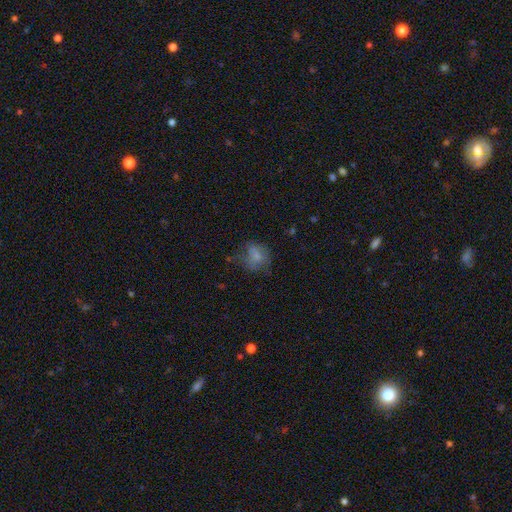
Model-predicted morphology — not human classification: smooth-or-featured: smooth: 68% | featured or disk: 20% | star or artifact: 13%
  how-rounded: round: 54% | in between: 45% | cigar-shaped: 1%
  merging: none: 45% | minor disturbance: 27% | major disturbance: 25% | merger: 3%